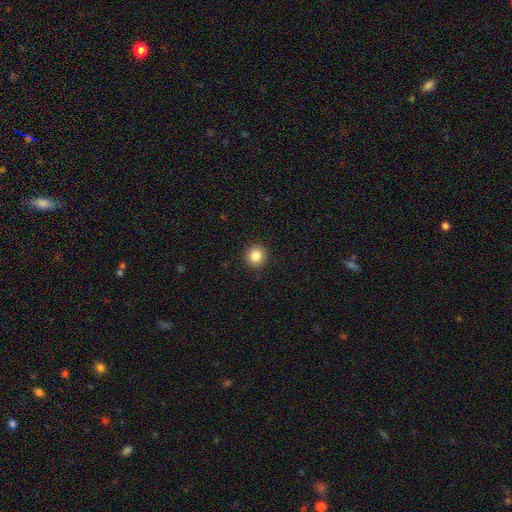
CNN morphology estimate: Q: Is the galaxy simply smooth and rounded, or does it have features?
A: smooth — 85%.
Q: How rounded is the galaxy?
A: round — 92%.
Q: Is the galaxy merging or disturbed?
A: none — 91%.